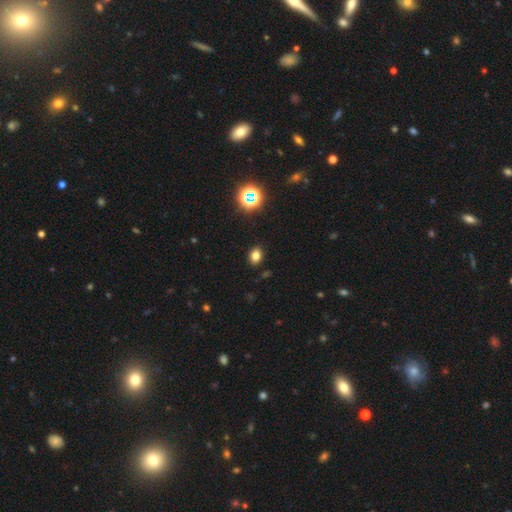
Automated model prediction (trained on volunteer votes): This is likely a smooth galaxy (76%). How rounded: likely in between (65%). Merging: clearly none (88%).